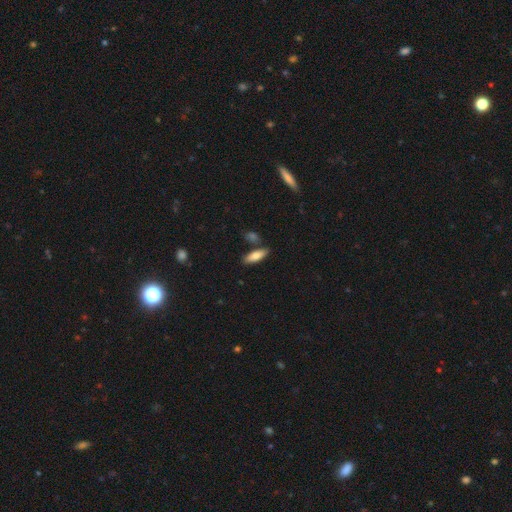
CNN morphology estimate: Smooth or featured?
  - smooth: 79% *
  - featured or disk: 15%
  - star or artifact: 6%
How rounded?
  - in between: 60% *
  - cigar-shaped: 38%
  - round: 2%
Merging?
  - none: 78% *
  - minor disturbance: 12%
  - merger: 8%
  - major disturbance: 3%